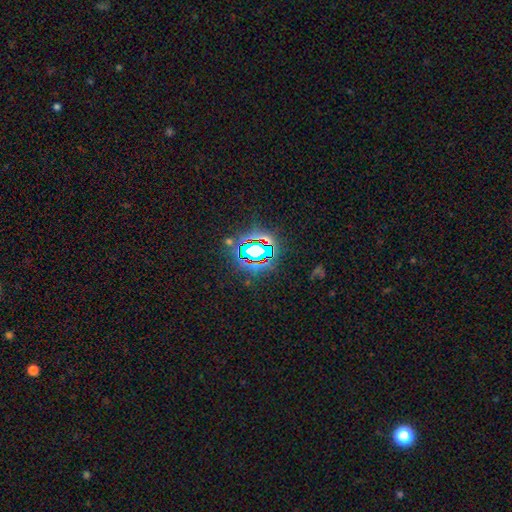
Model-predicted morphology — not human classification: This appears to be a star or artifact, not a galaxy (79%).